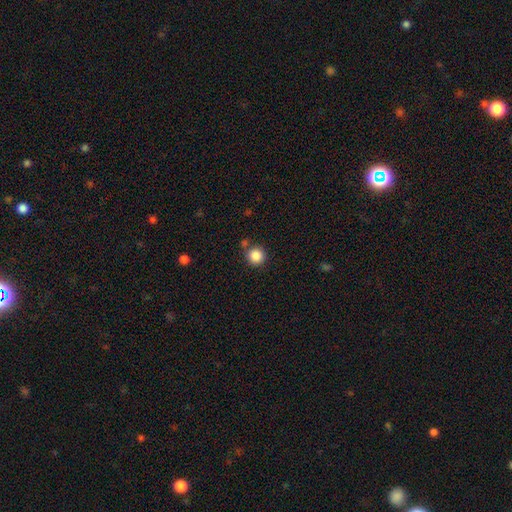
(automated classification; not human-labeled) Smooth or featured: smooth — 86% (star or artifact — 10%)
How rounded: round — 94% (in between — 5%)
Merging: none — 80% (minor disturbance — 9%)